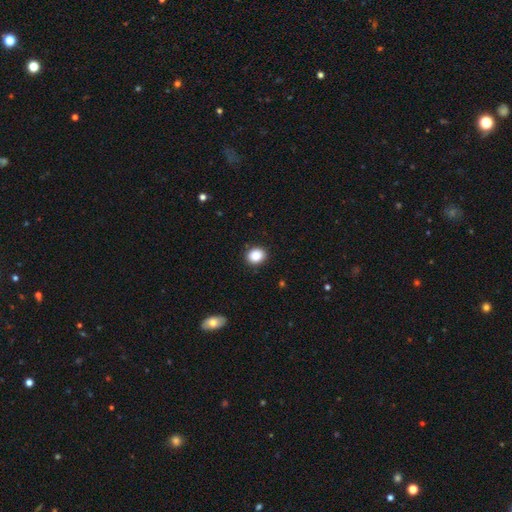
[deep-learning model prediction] A smooth galaxy with no disk features (87%) that is round (63%). Merging: none (90%).